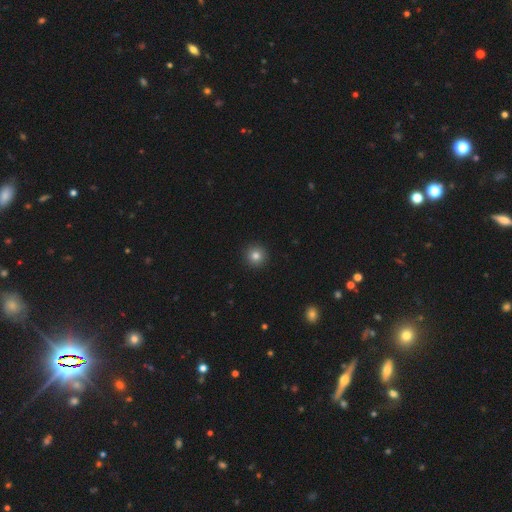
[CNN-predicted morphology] Q: Smooth or featured?
A: smooth (82%); runner-up: star or artifact (12%)
Q: How rounded?
A: round (96%); runner-up: in between (3%)
Q: Merging?
A: none (93%); runner-up: minor disturbance (4%)